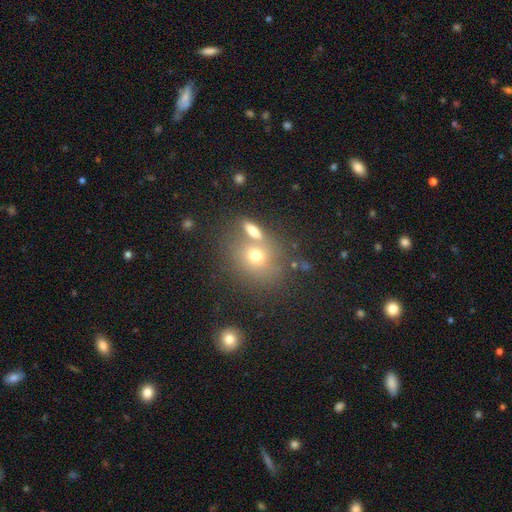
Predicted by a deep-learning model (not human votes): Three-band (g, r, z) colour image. It shows a smooth galaxy with no disk features (67%) that is round (65%). Merging: none (53%).